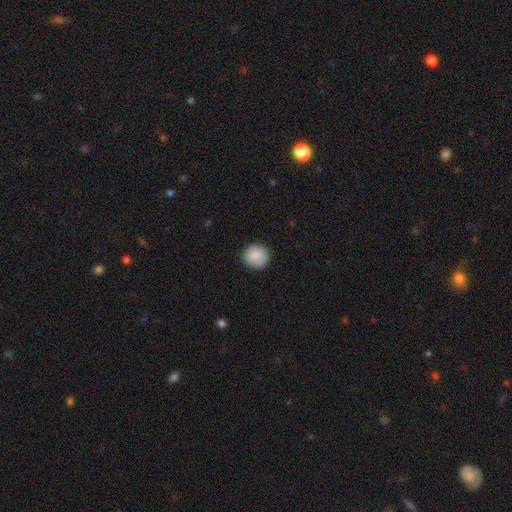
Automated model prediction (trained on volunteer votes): Morphology: type=smooth (89%); roundness=round (94%); merging=none (90%).